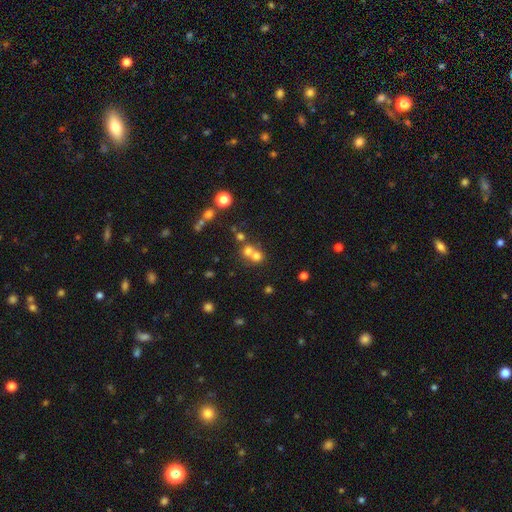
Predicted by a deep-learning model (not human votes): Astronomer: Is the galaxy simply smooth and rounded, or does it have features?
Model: smooth — 64%.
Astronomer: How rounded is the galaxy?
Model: round — 84%.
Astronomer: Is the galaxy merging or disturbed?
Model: merger — 54% (runner-up: none, 37%).